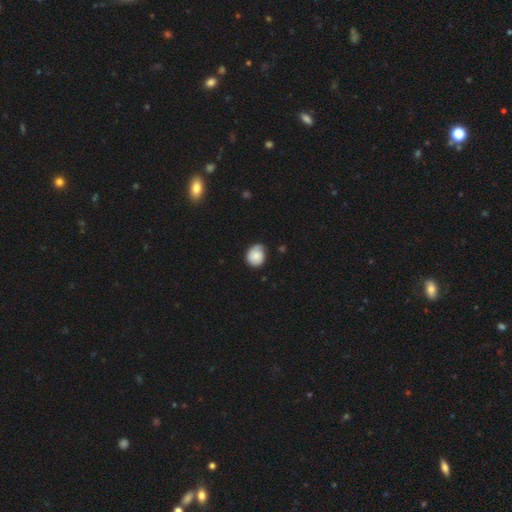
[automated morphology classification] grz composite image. It shows a smooth galaxy with no disk features (72%) that is round (70%). Merging: none (61%).